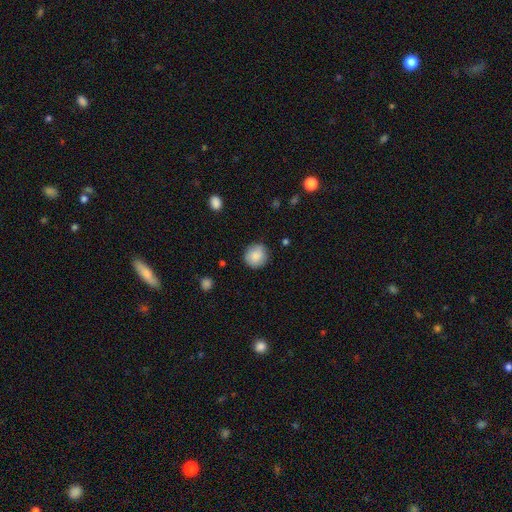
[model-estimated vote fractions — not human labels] Overall: smooth (87%). How rounded: round (88%). Merging: none (86%).